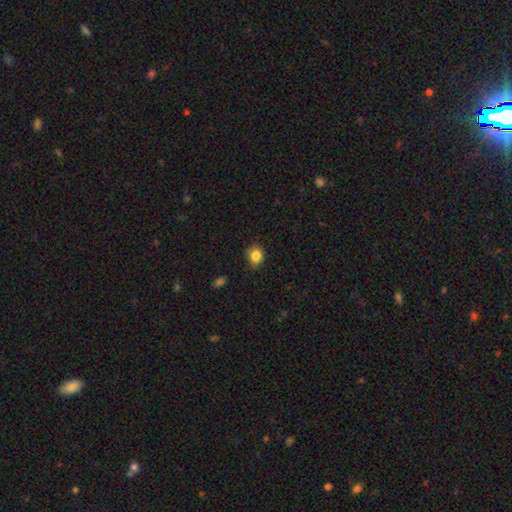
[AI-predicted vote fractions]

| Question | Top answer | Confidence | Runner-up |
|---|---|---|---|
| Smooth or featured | smooth | 85% | star or artifact (10%) |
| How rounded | round | 60% | in between (39%) |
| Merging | none | 75% | minor disturbance (20%) |